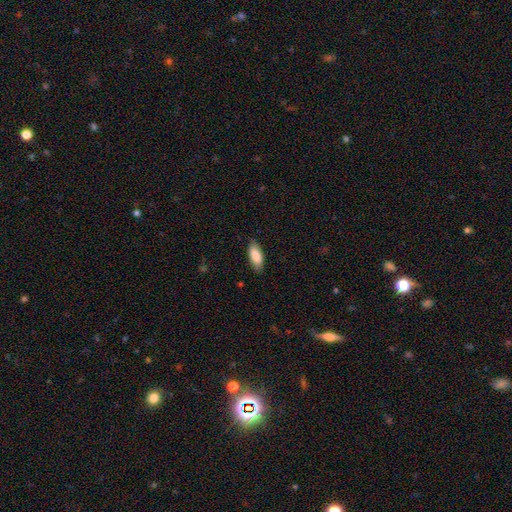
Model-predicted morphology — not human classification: Smooth or featured? Predicted: smooth (p=0.85). How rounded? Predicted: in between (p=0.79). Merging? Predicted: none (p=0.81).